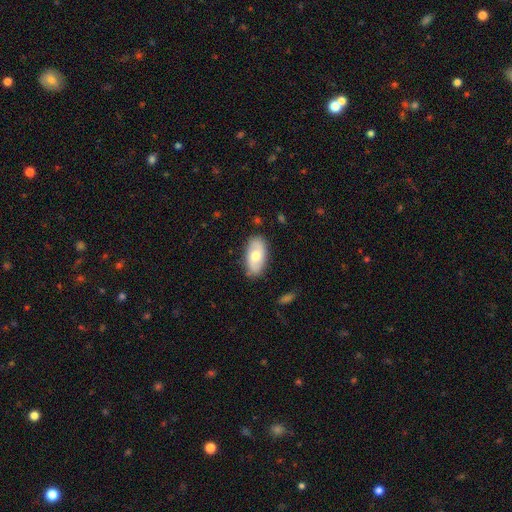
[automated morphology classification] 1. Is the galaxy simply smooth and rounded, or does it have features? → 53% smooth, 41% featured or disk, 6% star or artifact.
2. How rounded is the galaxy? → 93% in between, 4% round, 3% cigar-shaped.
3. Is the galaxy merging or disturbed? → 82% none, 14% minor disturbance, 3% major disturbance, 2% merger.